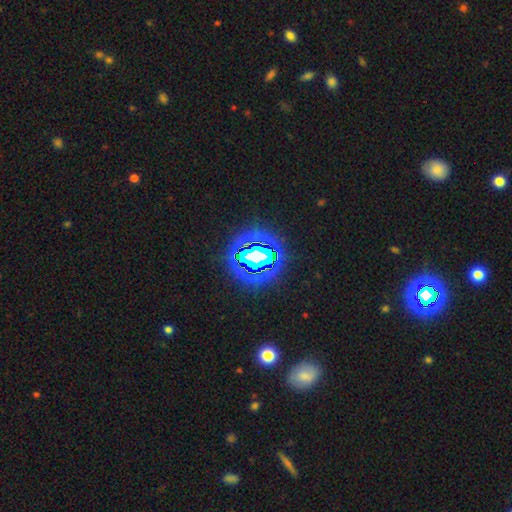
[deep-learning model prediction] Q: Smooth or featured?
A: star or artifact (73%); runner-up: smooth (14%)